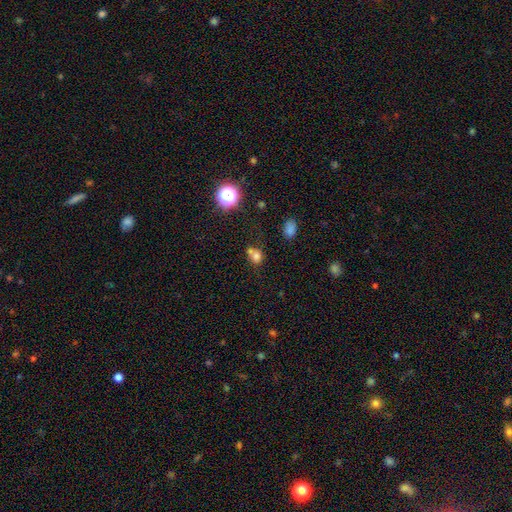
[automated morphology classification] This appears to be a smooth galaxy with no disk features (72%) that is round (67%). Merging: merger (49%).